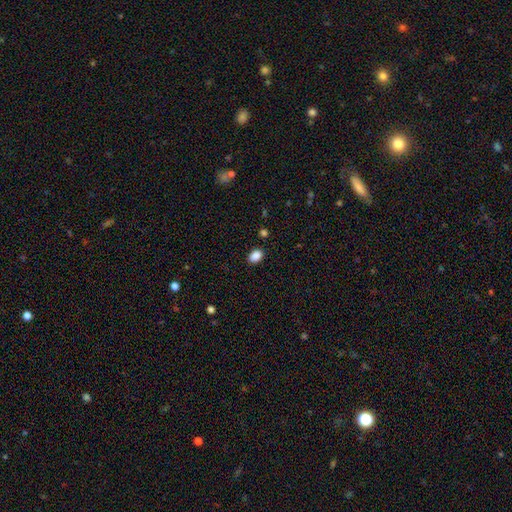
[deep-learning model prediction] Smooth or featured?
  - smooth: 88% *
  - star or artifact: 9%
  - featured or disk: 3%
How rounded?
  - in between: 77% *
  - round: 22%
  - cigar-shaped: 1%
Merging?
  - none: 88% *
  - minor disturbance: 8%
  - major disturbance: 2%
  - merger: 2%